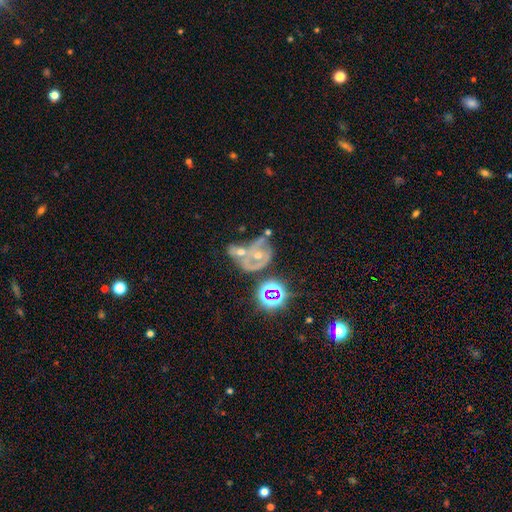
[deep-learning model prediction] A featured or disk galaxy (60%) with no bar (68%), spiral arms (66%) and a moderate central bulge (50%).

Vote fractions:
- Smooth or featured? featured or disk: 60% / star or artifact: 22% / smooth: 18%
- Edge-on disk? no: 96% / yes: 4%
- Bar? no: 68% / weak: 22% / strong: 10%
- Spiral arms? yes: 66% / no: 34%
- Bulge size? moderate: 50% / small: 42% / none: 3% / large: 3% / dominant: 2%
- Merging? merger: 48% / none: 24% / major disturbance: 16% / minor disturbance: 13%